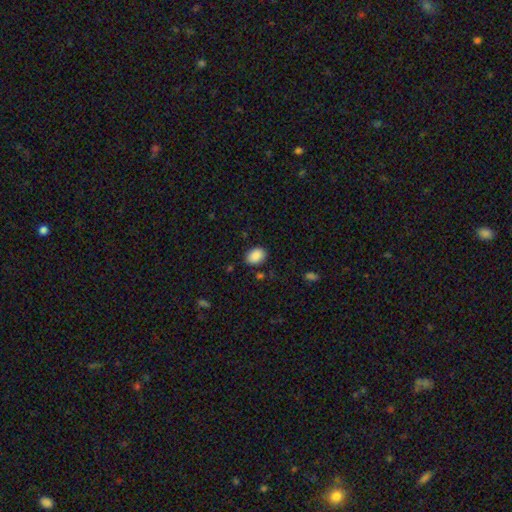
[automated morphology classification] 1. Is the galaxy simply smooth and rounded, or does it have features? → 89% smooth, 8% star or artifact, 3% featured or disk.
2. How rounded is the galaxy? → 72% in between, 27% round, 1% cigar-shaped.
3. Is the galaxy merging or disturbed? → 84% none, 11% minor disturbance, 3% major disturbance, 2% merger.